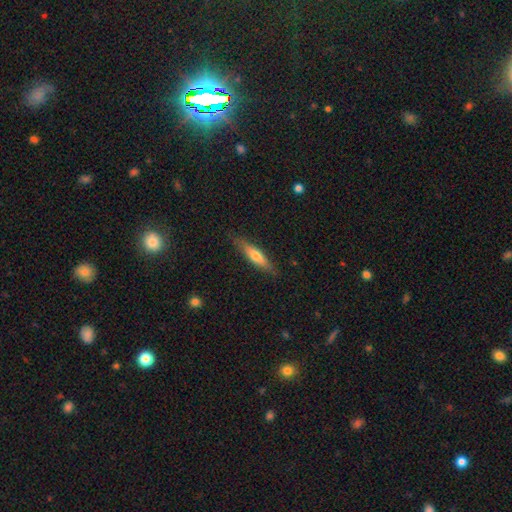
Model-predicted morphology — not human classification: Smooth or featured?
  - smooth: 60% *
  - featured or disk: 34%
  - star or artifact: 6%
How rounded?
  - cigar-shaped: 75% *
  - in between: 23%
  - round: 2%
Merging?
  - none: 83% *
  - minor disturbance: 13%
  - major disturbance: 3%
  - merger: 1%